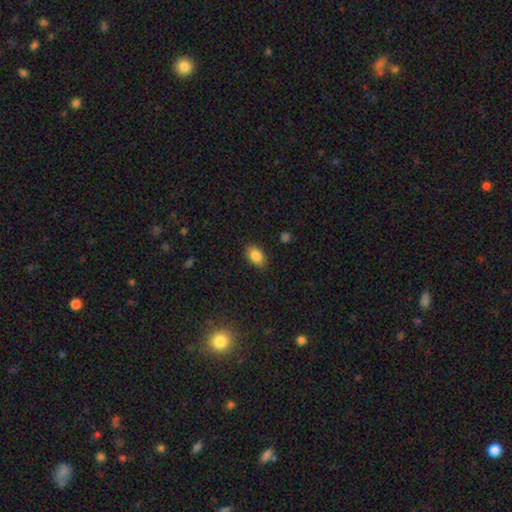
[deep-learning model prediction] The model was most divided on "smooth or featured": smooth: 86%, star or artifact: 9%, featured or disk: 6%. More confident: how rounded — in between (88%); merging — none (87%).